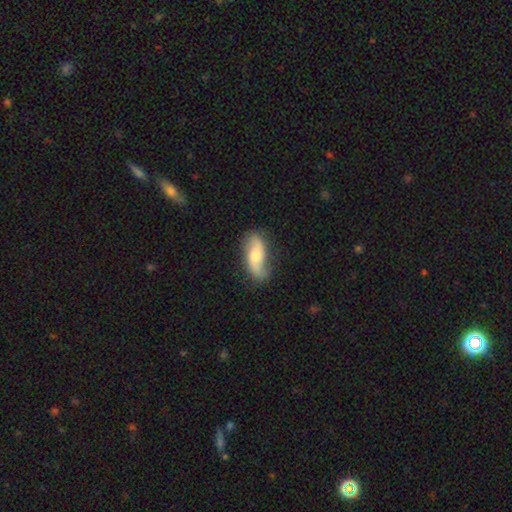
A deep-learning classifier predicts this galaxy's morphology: Overall: featured or disk (56%; smooth 37%). Edge-on disk: no (87%). Merging: none (72%).